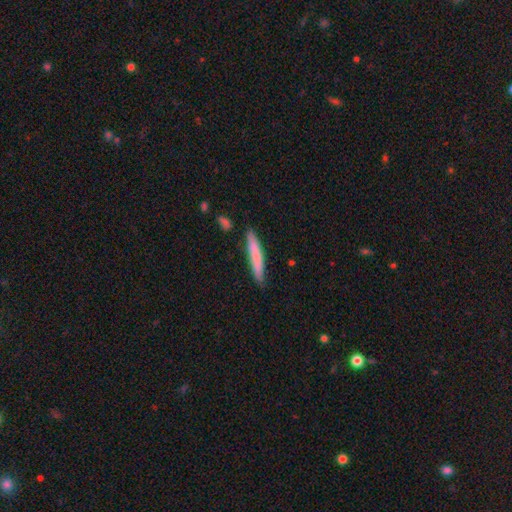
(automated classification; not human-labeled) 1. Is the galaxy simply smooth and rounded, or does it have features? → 72% smooth, 23% featured or disk, 6% star or artifact.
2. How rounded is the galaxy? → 95% cigar-shaped, 4% in between, 1% round.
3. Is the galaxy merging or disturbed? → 84% none, 11% minor disturbance, 3% merger, 2% major disturbance.